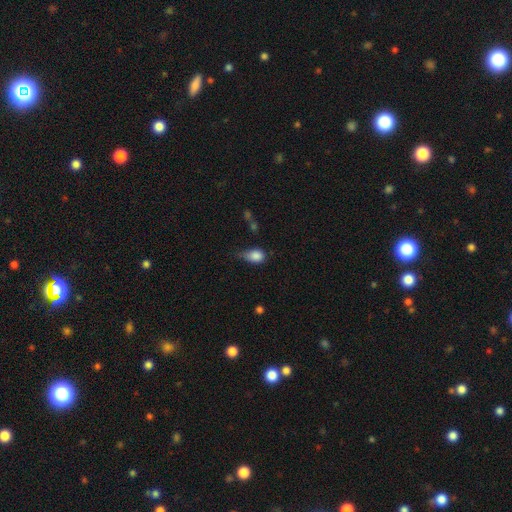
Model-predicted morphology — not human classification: A smooth galaxy with no disk features (83%) that is in between round and cigar-shaped (67%). Merging: minor disturbance (45%).